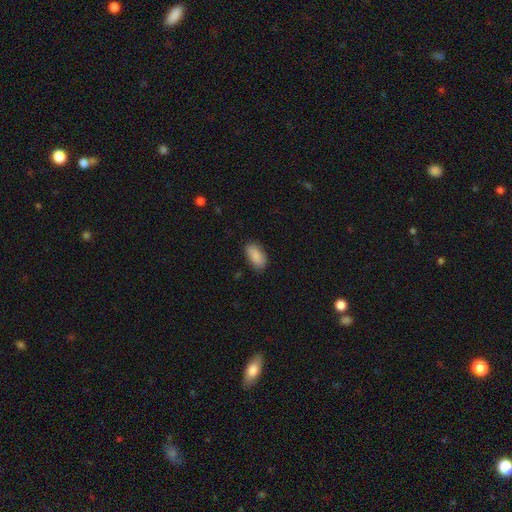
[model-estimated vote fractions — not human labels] Smooth or featured: smooth — 88% (star or artifact — 7%)
How rounded: in between — 91% (cigar-shaped — 6%)
Merging: none — 80% (minor disturbance — 16%)